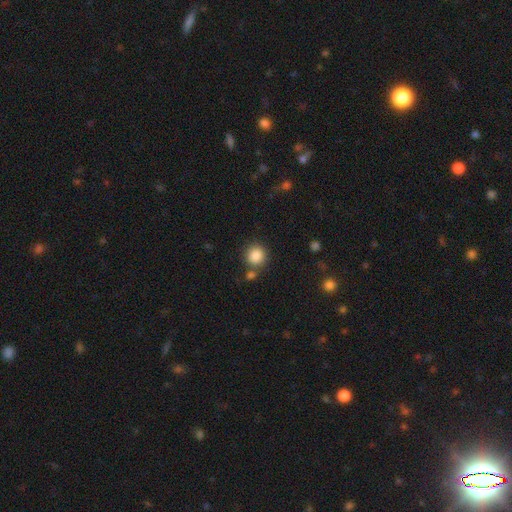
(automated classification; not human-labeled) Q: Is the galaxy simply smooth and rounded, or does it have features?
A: smooth — 86%.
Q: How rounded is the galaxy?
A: round — 90%.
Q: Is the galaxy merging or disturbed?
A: none — 76%.